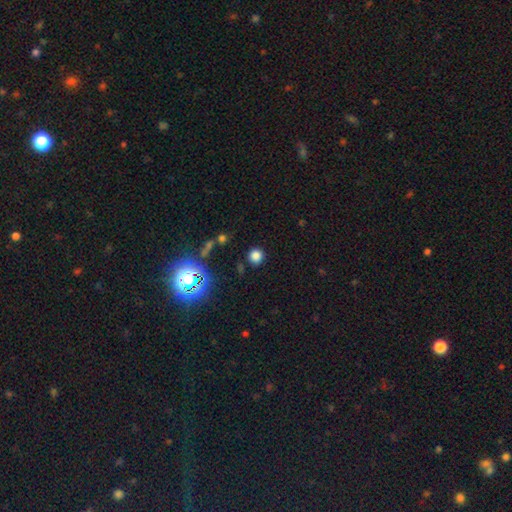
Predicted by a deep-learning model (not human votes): A smooth galaxy with no disk features (75%) that is round (90%).

Vote fractions:
- Smooth or featured? smooth: 75% / star or artifact: 19% / featured or disk: 5%
- How rounded? round: 90% / in between: 9% / cigar-shaped: 1%
- Merging? none: 85% / minor disturbance: 8% / major disturbance: 3% / merger: 3%